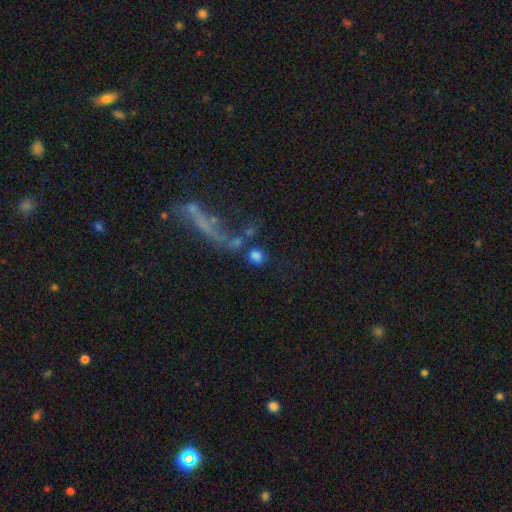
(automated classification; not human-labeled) Smooth or featured? Predicted: smooth (p=0.74). How rounded? Predicted: round (p=0.72). Merging? Predicted: none (p=0.51).